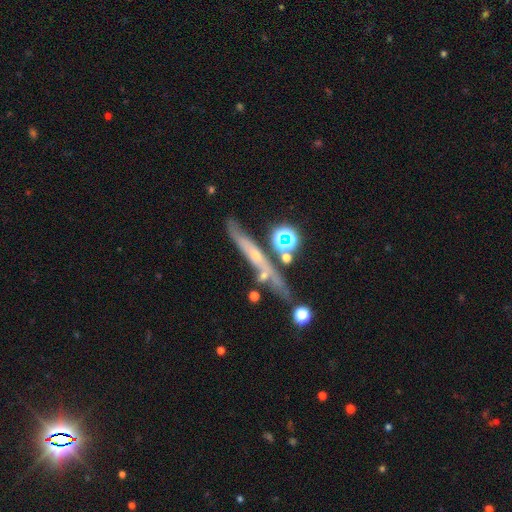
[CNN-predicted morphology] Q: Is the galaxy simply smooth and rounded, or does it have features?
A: featured or disk — 60%.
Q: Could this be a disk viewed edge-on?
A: yes — 78%.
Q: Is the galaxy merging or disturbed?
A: none — 65%.